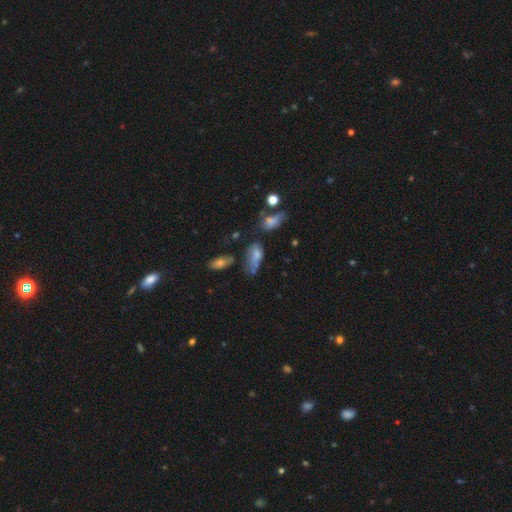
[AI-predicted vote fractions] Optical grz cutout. It shows a smooth galaxy with no disk features (70%) that is in between round and cigar-shaped (86%). Merging: none (32%).